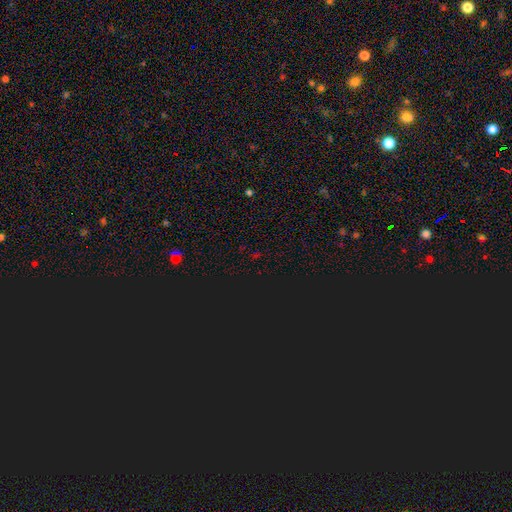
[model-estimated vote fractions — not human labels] A star or artifact, not a galaxy (72%).